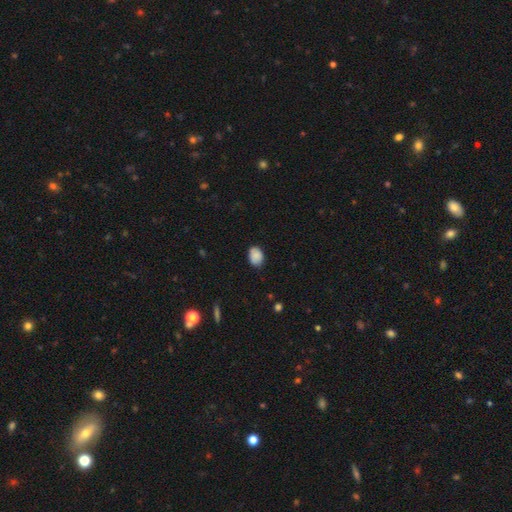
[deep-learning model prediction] smooth-or-featured: smooth: 87% | star or artifact: 8% | featured or disk: 5%
  how-rounded: in between: 70% | round: 29% | cigar-shaped: 1%
  merging: none: 77% | minor disturbance: 19% | major disturbance: 3% | merger: 1%